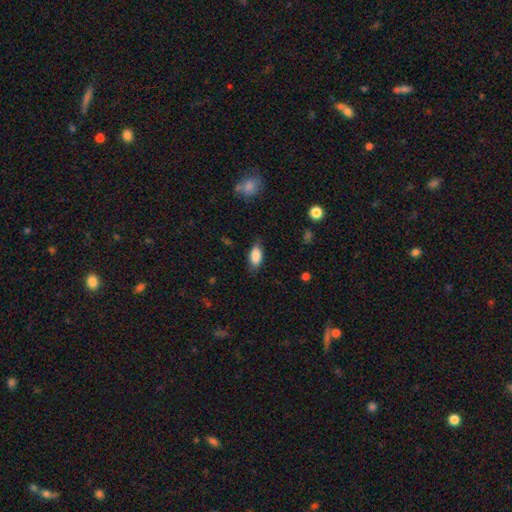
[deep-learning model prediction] Smooth or featured?
  - smooth: 85% *
  - featured or disk: 8%
  - star or artifact: 7%
How rounded?
  - in between: 89% *
  - cigar-shaped: 8%
  - round: 3%
Merging?
  - none: 79% *
  - minor disturbance: 16%
  - major disturbance: 4%
  - merger: 1%